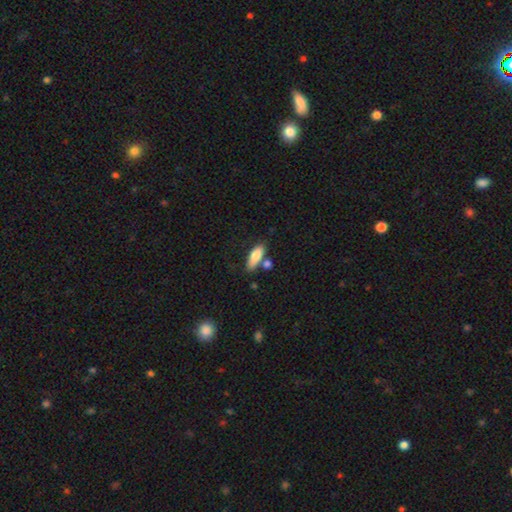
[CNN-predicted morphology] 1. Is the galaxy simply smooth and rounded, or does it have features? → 82% smooth, 12% featured or disk, 6% star or artifact.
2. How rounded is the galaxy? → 70% in between, 27% cigar-shaped, 3% round.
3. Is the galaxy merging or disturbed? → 62% none, 17% merger, 17% minor disturbance, 5% major disturbance.